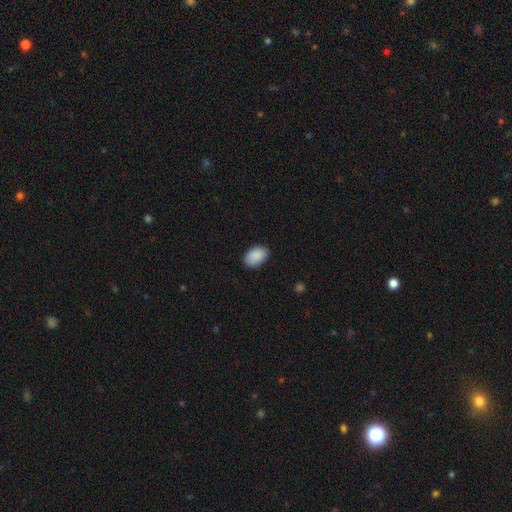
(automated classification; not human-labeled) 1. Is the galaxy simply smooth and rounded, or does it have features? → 91% smooth, 6% star or artifact, 3% featured or disk.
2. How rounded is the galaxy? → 91% in between, 8% round, 1% cigar-shaped.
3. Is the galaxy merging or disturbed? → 87% none, 10% minor disturbance, 2% major disturbance, 1% merger.